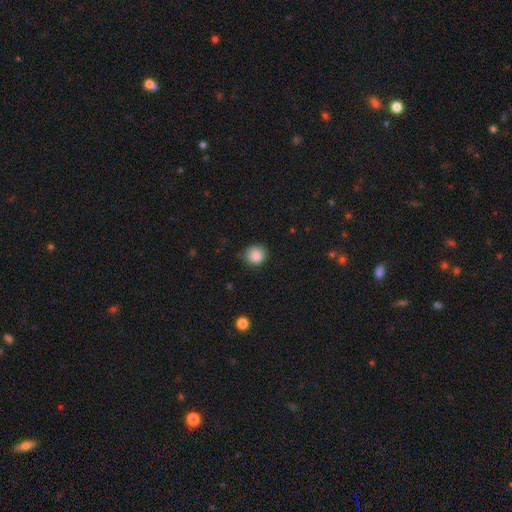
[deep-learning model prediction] Smooth or featured: smooth — 87% (star or artifact — 9%)
How rounded: round — 89% (in between — 10%)
Merging: none — 80% (minor disturbance — 16%)